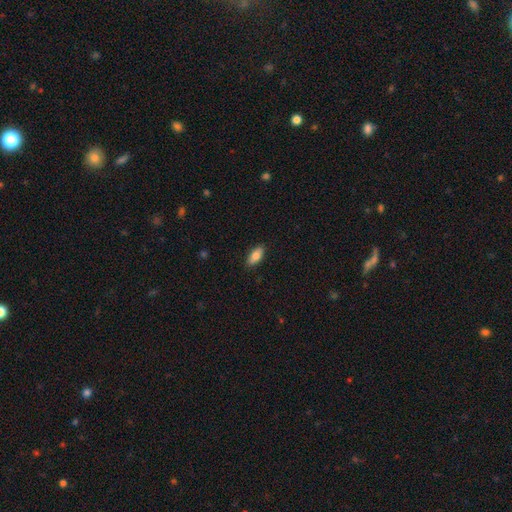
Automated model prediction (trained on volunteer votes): This appears to be a smooth galaxy with no disk features (80%) that is in between round and cigar-shaped (88%). Merging: none (87%).